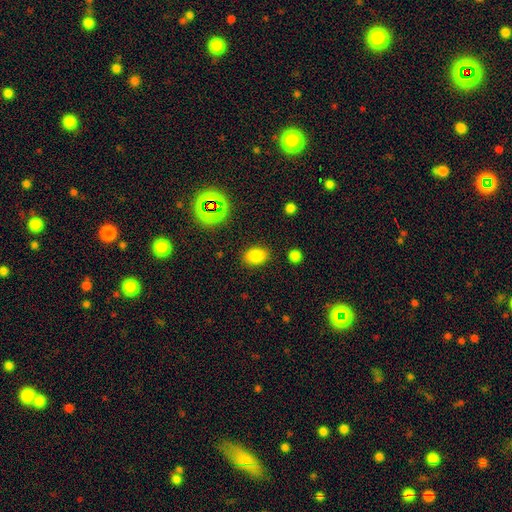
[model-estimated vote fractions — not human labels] The model was most divided on "how rounded": in between: 78%, round: 21%, cigar-shaped: 1%. More confident: merging — none (85%); smooth or featured — smooth (80%).